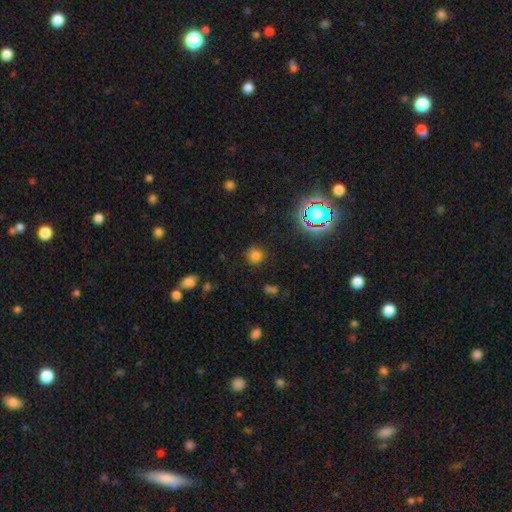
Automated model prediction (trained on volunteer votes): smooth-or-featured: smooth: 73% | star or artifact: 22% | featured or disk: 6%
  how-rounded: round: 88% | in between: 11% | cigar-shaped: 1%
  merging: none: 83% | minor disturbance: 11% | major disturbance: 4% | merger: 3%